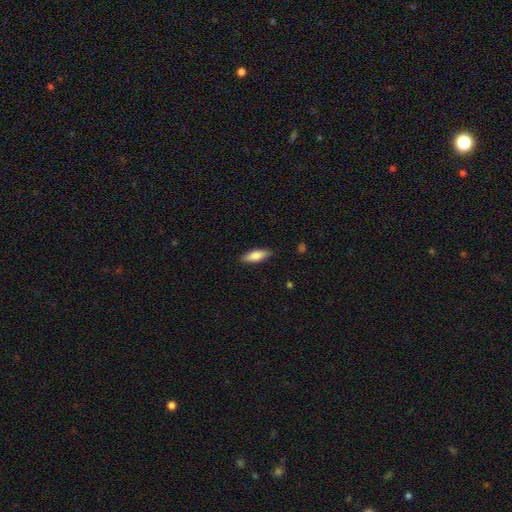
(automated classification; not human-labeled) A smooth galaxy with no disk features (82%) that is in between round and cigar-shaped (61%). Merging: none (87%).